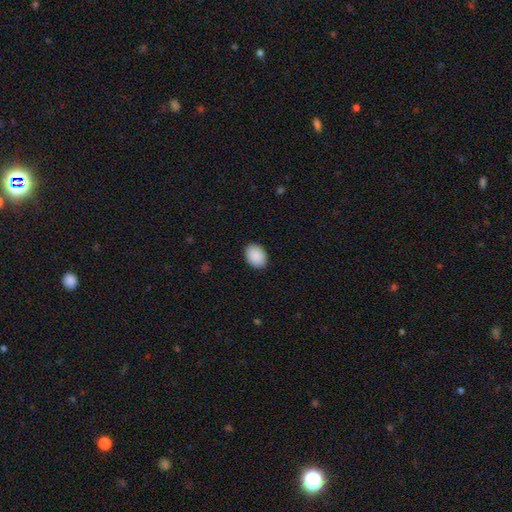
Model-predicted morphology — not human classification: type=smooth (91%); roundness=in between (77%); merging=none (90%).